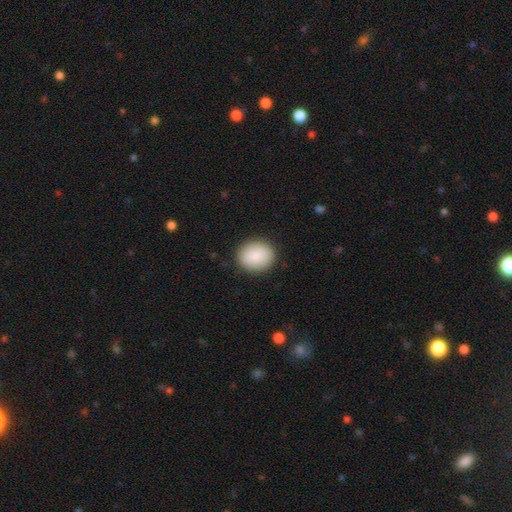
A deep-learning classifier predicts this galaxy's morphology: Smooth or featured? smooth (88%)
How rounded? round (68%)
Merging? none (89%)